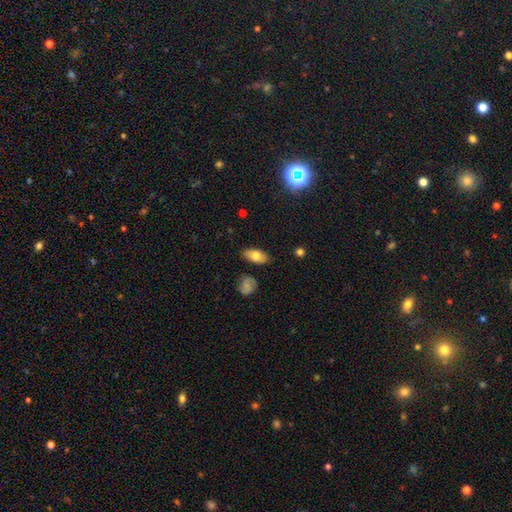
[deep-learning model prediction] Morphology: type=smooth (77%); roundness=in between (90%); merging=none (82%).